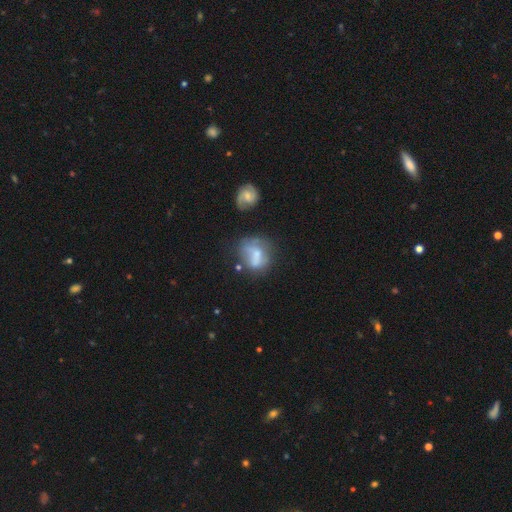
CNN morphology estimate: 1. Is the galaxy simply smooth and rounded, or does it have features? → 53% smooth, 36% featured or disk, 10% star or artifact.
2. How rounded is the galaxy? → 55% round, 43% in between, 2% cigar-shaped.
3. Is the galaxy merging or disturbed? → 37% none, 25% minor disturbance, 24% major disturbance, 14% merger.